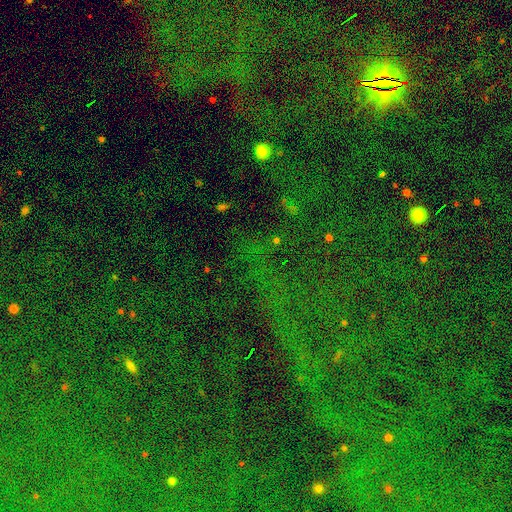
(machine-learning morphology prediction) Smooth or featured? star or artifact (81%)